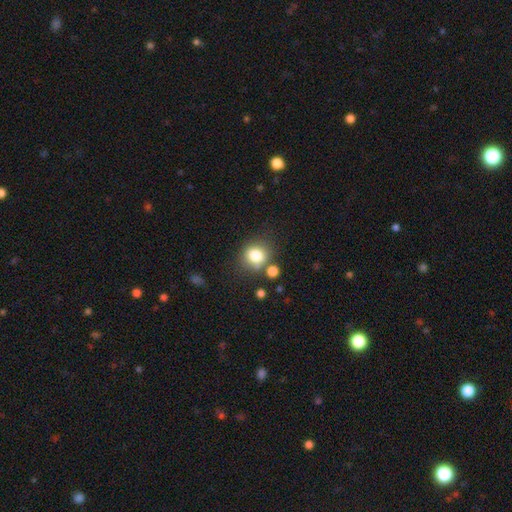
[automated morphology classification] A smooth galaxy with no disk features (79%) that is round (78%). Merging: none (68%).